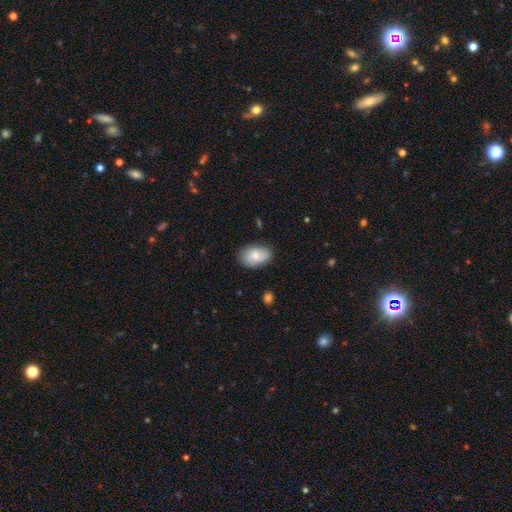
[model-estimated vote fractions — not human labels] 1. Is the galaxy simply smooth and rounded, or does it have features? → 78% smooth, 15% featured or disk, 7% star or artifact.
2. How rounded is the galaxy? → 89% in between, 10% round, 1% cigar-shaped.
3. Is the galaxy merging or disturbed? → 80% none, 16% minor disturbance, 3% major disturbance, 1% merger.